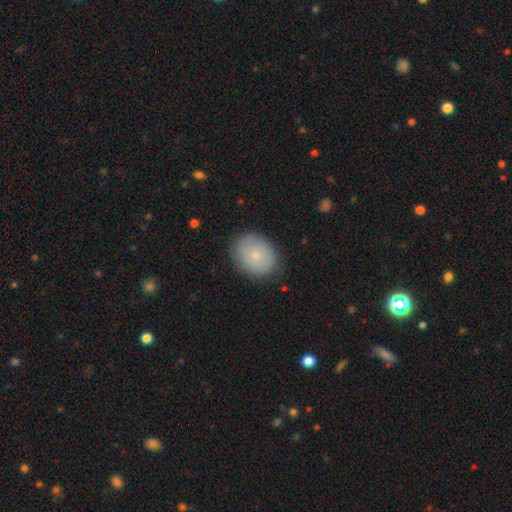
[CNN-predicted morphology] smooth 78%, featured or disk 14%, star or artifact 7%. Down the decision tree: how rounded — round (52%); merging — none (84%).